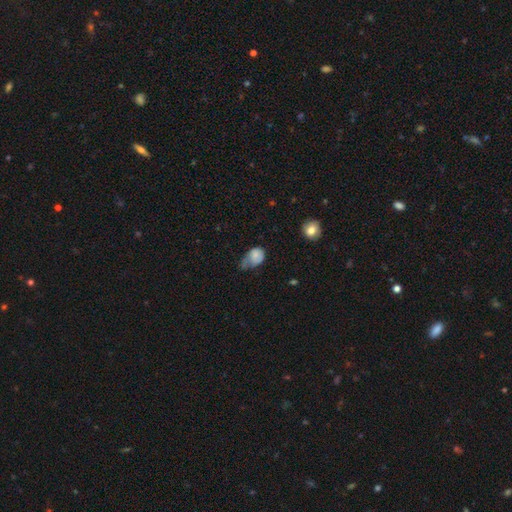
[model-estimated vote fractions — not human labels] The model was most divided on "merging": minor disturbance: 40%, major disturbance: 35%, none: 21%, merger: 4%. More confident: smooth or featured — smooth (72%); how rounded — in between (67%).